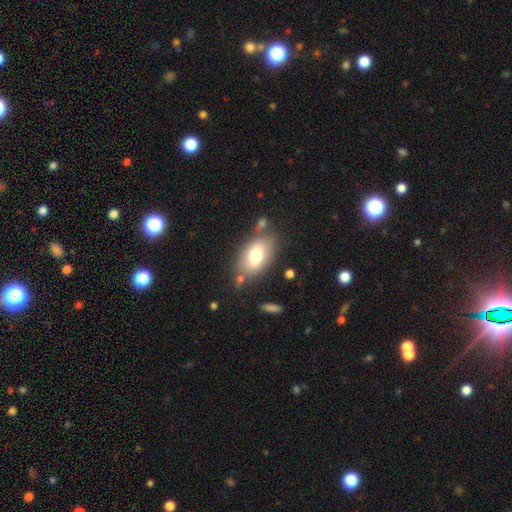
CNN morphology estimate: This appears to be a smooth galaxy with no disk features (73%) that is in between round and cigar-shaped (90%). Merging: none (72%).